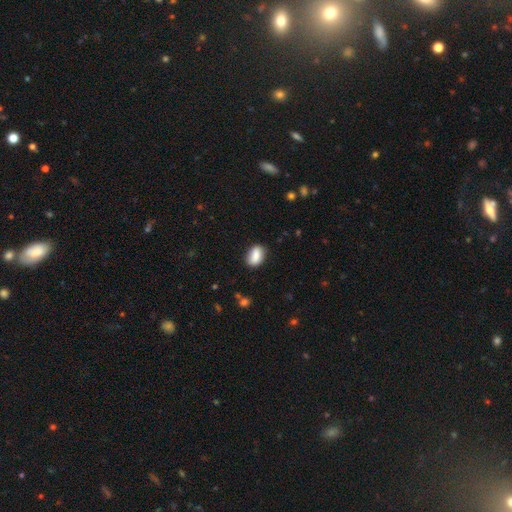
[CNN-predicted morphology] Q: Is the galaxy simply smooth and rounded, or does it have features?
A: smooth — 84%.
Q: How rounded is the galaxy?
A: in between — 85%.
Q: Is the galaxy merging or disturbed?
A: none — 81%.